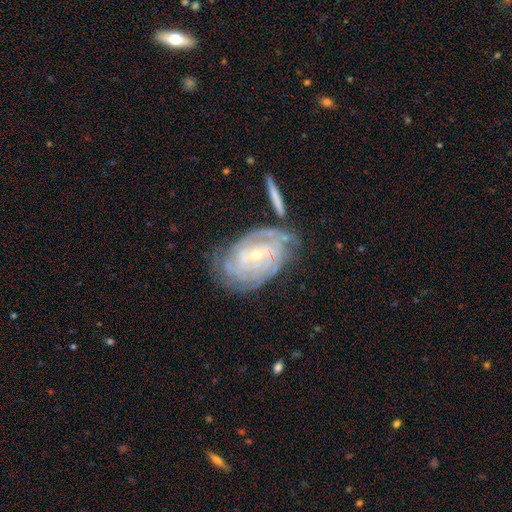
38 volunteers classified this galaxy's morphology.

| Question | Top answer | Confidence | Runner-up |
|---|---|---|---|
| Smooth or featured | featured or disk | 95% | smooth (3%) |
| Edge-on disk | no | 97% | yes (3%) |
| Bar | no | 71% | weak (26%) |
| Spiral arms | yes | 97% | no (3%) |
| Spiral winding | tight | 76% | medium (24%) |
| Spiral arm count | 2 | 35% | tied: can't tell (35%) |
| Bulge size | small | 74% | moderate (23%) |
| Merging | none | 76% | minor disturbance (16%) |